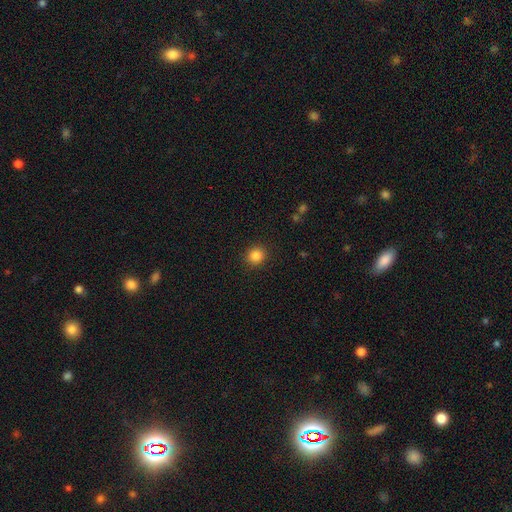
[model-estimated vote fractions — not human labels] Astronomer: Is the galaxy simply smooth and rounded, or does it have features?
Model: smooth — 85%.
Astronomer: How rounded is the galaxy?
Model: round — 83%.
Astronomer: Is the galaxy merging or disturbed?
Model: none — 91%.